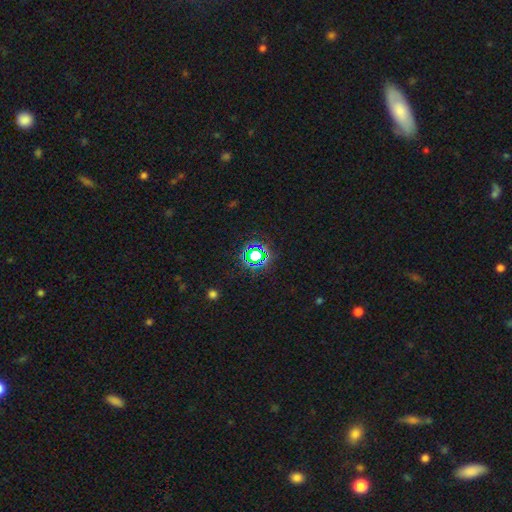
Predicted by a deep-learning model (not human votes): This appears to be a star or artifact, not a galaxy (70%).